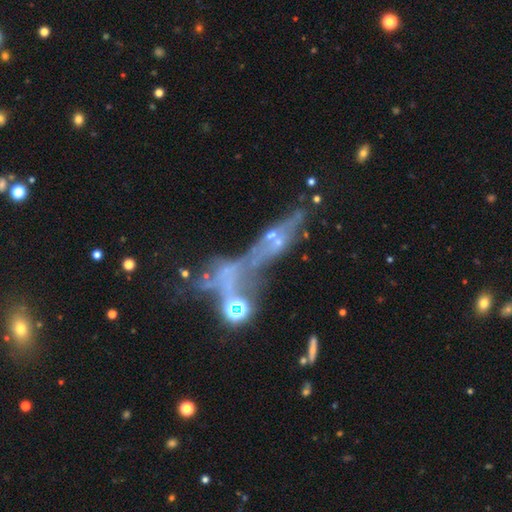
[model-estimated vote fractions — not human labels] The model was most divided on "smooth or featured": featured or disk: 41%, star or artifact: 33%, smooth: 26%. Remaining: merging — merger (45%).